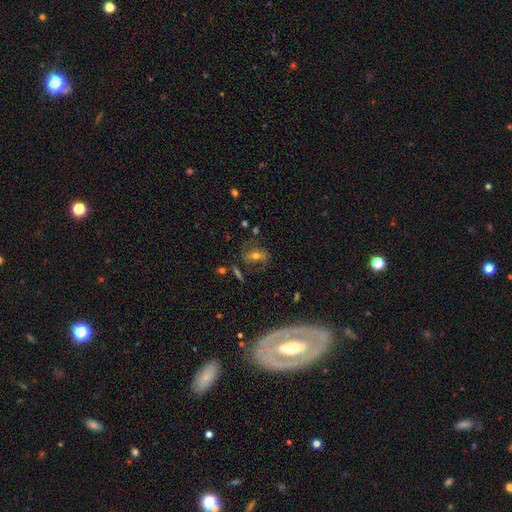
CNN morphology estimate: smooth-or-featured: featured or disk: 58% | smooth: 29% | star or artifact: 12%
  disk-edge-on: no: 91% | yes: 9%
    bar: no: 38% | weak: 35% | strong: 27%
    has-spiral-arms: yes: 75% | no: 25%
    bulge-size: moderate: 66% | small: 25% | large: 6% | none: 1% | dominant: 1%
  merging: none: 64% | minor disturbance: 19% | major disturbance: 13% | merger: 4%